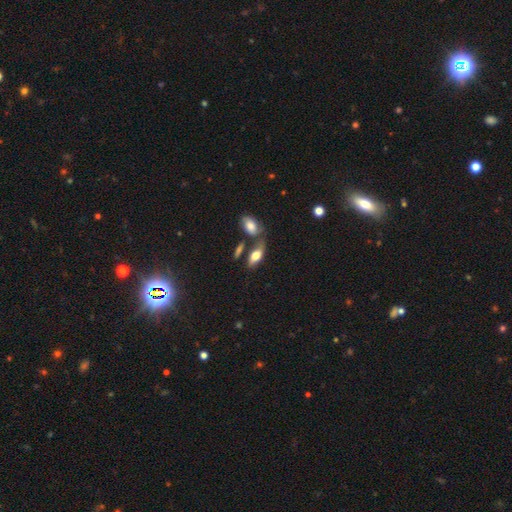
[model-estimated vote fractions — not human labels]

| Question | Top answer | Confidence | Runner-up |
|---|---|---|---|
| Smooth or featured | smooth | 70% | featured or disk (23%) |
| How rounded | in between | 83% | cigar-shaped (14%) |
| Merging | none | 54% | merger (25%) |